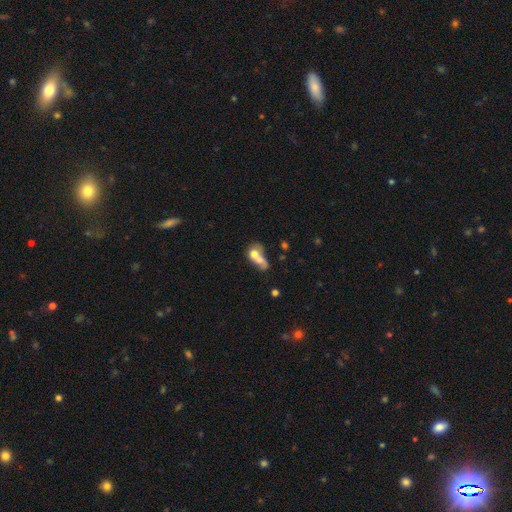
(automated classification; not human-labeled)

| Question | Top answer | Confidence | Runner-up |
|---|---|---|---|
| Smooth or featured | smooth | 61% | featured or disk (29%) |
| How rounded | in between | 62% | round (30%) |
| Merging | merger | 60% | major disturbance (15%) |